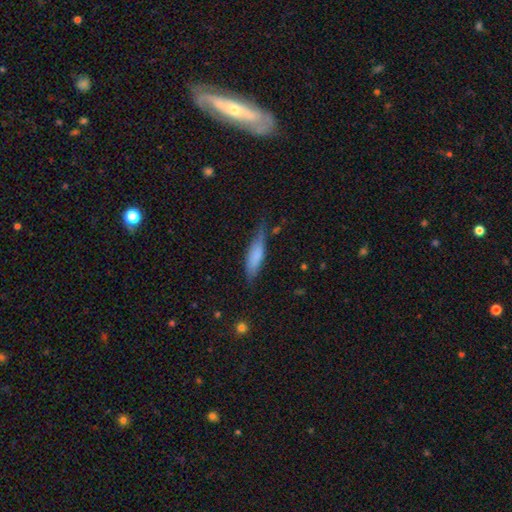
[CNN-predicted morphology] smooth-or-featured: smooth: 73% | featured or disk: 21% | star or artifact: 6%
  how-rounded: cigar-shaped: 61% | in between: 37% | round: 2%
  merging: none: 57% | minor disturbance: 32% | major disturbance: 8% | merger: 3%